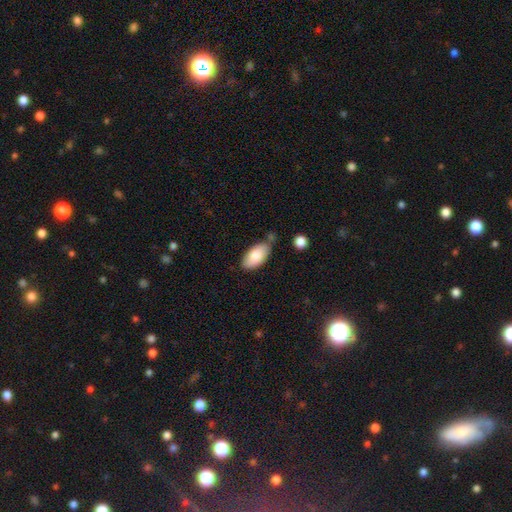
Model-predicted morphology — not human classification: Q: Smooth or featured?
A: smooth (84%); runner-up: featured or disk (10%)
Q: How rounded?
A: in between (94%); runner-up: cigar-shaped (4%)
Q: Merging?
A: none (66%); runner-up: minor disturbance (20%)